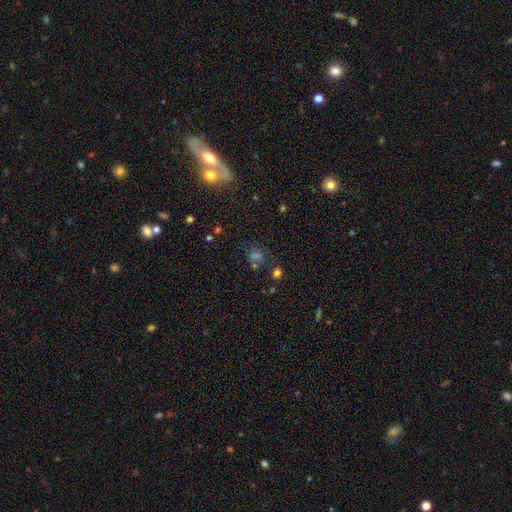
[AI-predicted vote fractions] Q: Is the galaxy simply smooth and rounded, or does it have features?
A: smooth — 49%.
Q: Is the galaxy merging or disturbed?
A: none — 57%.